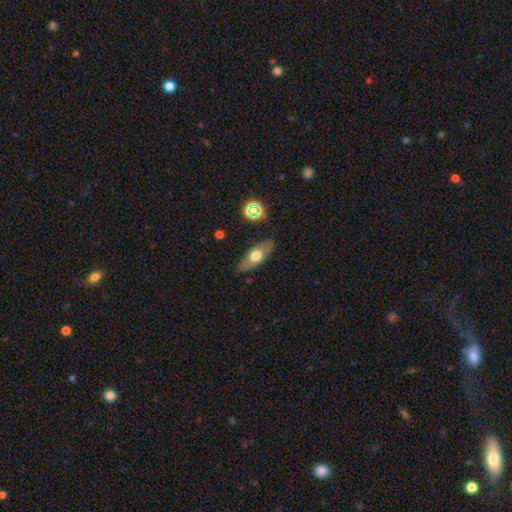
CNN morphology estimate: This is possibly a smooth galaxy (57%). How rounded: likely in between (73%). Merging: clearly none (83%).